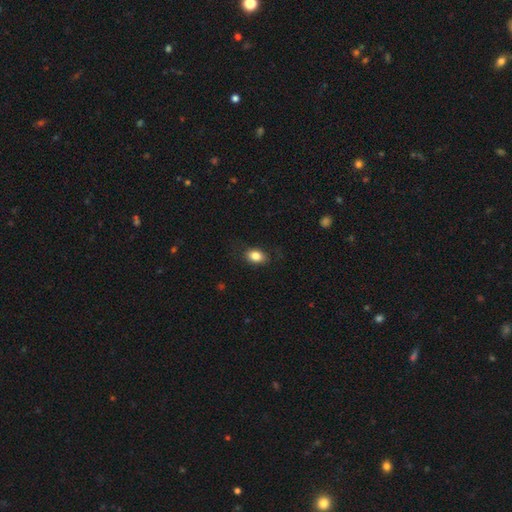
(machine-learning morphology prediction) Smooth or featured? Predicted: smooth (p=0.84). How rounded? Predicted: in between (p=0.79). Merging? Predicted: none (p=0.82).